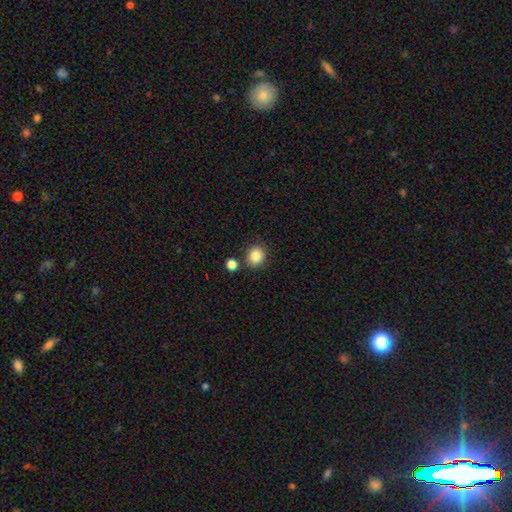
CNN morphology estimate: smooth_or_featured: smooth (p=0.86) [alt: star or artifact p=0.10]
how_rounded: round (p=0.81) [alt: in between p=0.18]
merging: none (p=0.80) [alt: minor disturbance p=0.09]